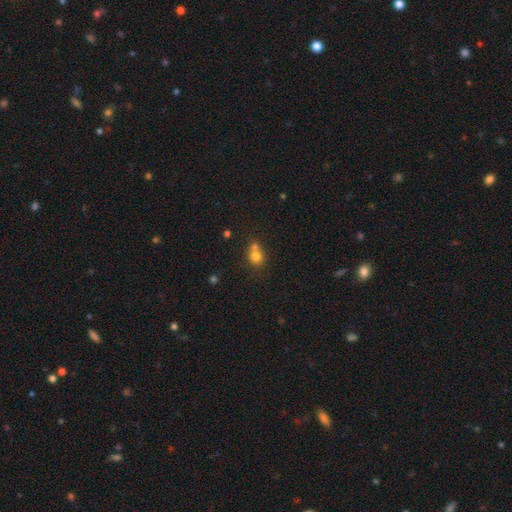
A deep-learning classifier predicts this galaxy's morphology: Q: Smooth or featured?
A: smooth (76%); runner-up: star or artifact (13%)
Q: How rounded?
A: round (75%); runner-up: in between (24%)
Q: Merging?
A: merger (46%); runner-up: none (41%)